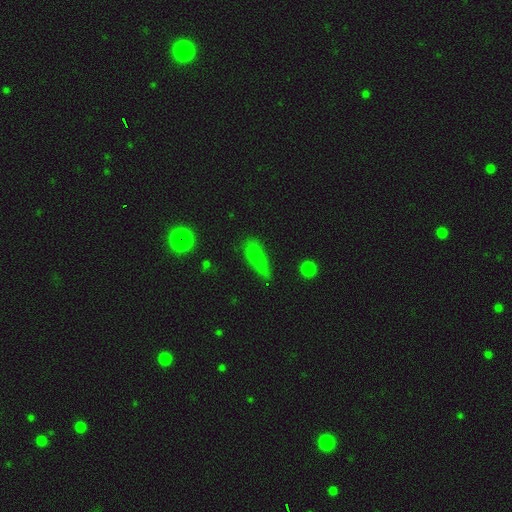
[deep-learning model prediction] Q: Smooth or featured?
A: smooth (71%); runner-up: star or artifact (15%)
Q: How rounded?
A: in between (67%); runner-up: cigar-shaped (27%)
Q: Merging?
A: none (51%); runner-up: minor disturbance (30%)